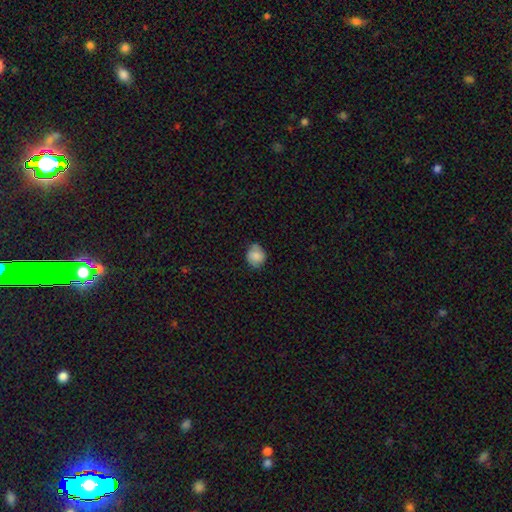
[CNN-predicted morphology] Overall: smooth (80%). How rounded: round (75%). Merging: none (71%).